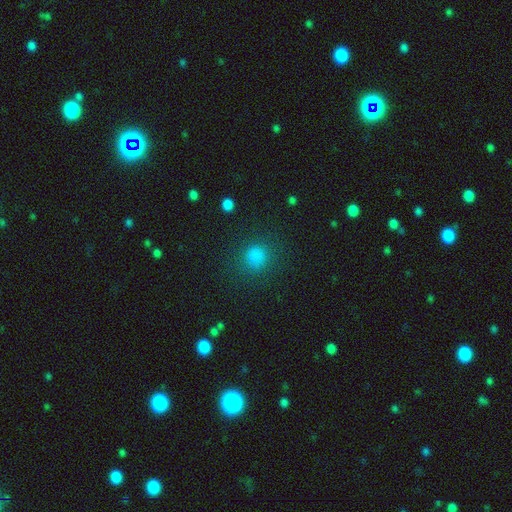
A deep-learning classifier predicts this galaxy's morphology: The model was most divided on "smooth or featured": smooth: 78%, star or artifact: 17%, featured or disk: 5%. More confident: how rounded — round (83%); merging — none (82%).